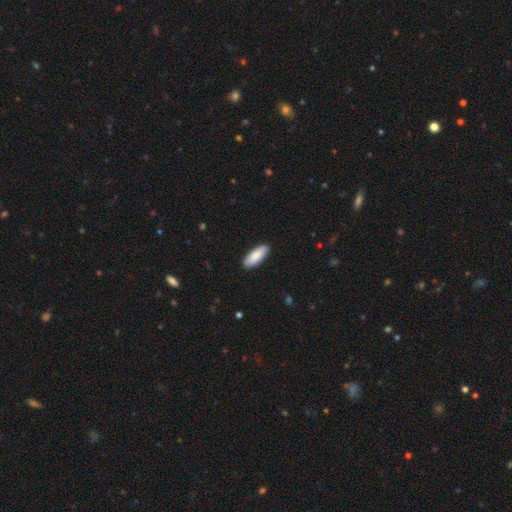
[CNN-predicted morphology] Smooth or featured: smooth — 87% (featured or disk — 8%)
How rounded: in between — 72% (cigar-shaped — 26%)
Merging: none — 89% (minor disturbance — 8%)